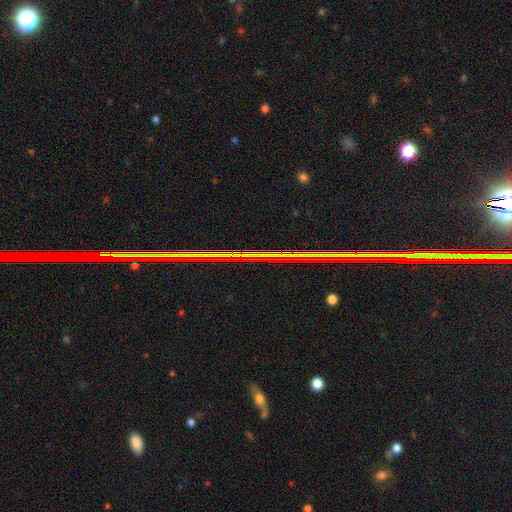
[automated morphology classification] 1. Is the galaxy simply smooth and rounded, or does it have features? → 84% star or artifact, 9% featured or disk, 7% smooth.